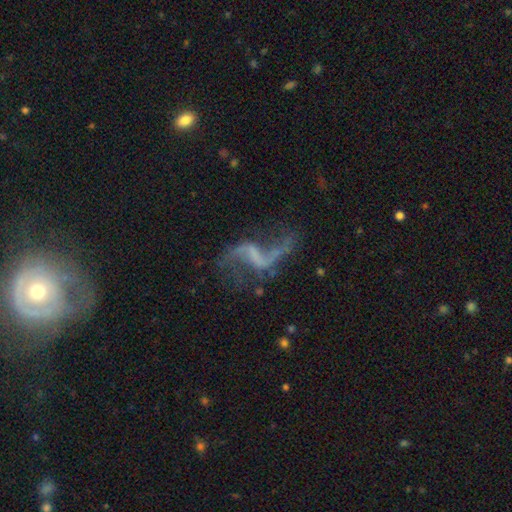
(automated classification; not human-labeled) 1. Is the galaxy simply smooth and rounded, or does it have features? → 84% featured or disk, 9% star or artifact, 6% smooth.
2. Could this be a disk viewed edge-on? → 96% no, 4% yes.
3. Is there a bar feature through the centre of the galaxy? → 39% weak, 31% strong, 30% no.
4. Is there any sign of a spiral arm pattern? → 90% yes, 10% no.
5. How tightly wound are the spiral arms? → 91% loose, 7% medium, 2% tight.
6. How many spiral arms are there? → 88% 2, 5% 1, 2% can't tell, 1% 3, 1% 4, 1% more than 4.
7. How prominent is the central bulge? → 68% none, 23% small, 6% moderate, 2% large, 1% dominant.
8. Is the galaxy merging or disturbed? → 57% none, 22% major disturbance, 16% minor disturbance, 5% merger.